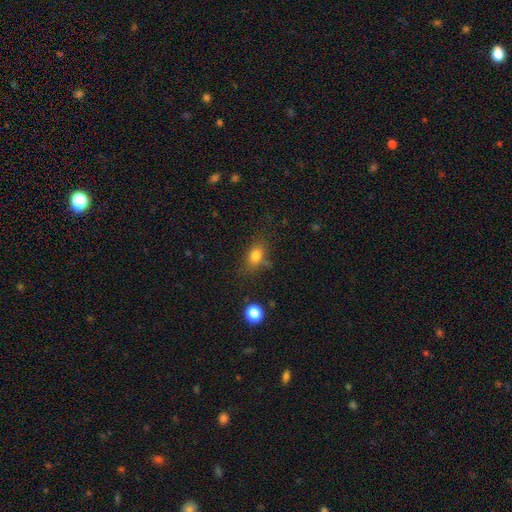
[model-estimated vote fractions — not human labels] Smooth or featured: smooth — 79% (star or artifact — 12%)
How rounded: in between — 72% (round — 24%)
Merging: none — 69% (minor disturbance — 19%)